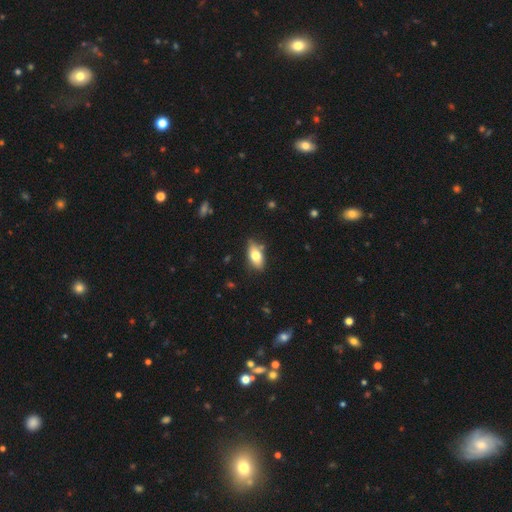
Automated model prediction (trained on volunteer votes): The model was most divided on "smooth or featured": smooth: 73%, featured or disk: 20%, star or artifact: 7%. More confident: how rounded — in between (87%); merging — none (78%).